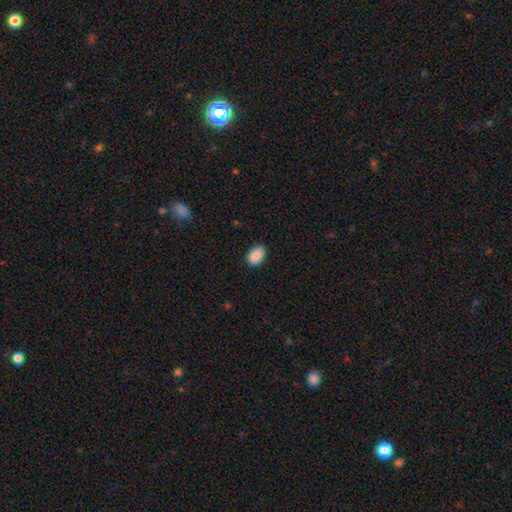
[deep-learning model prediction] A smooth galaxy with no disk features (90%) that is in between round and cigar-shaped (85%). Merging: none (88%).